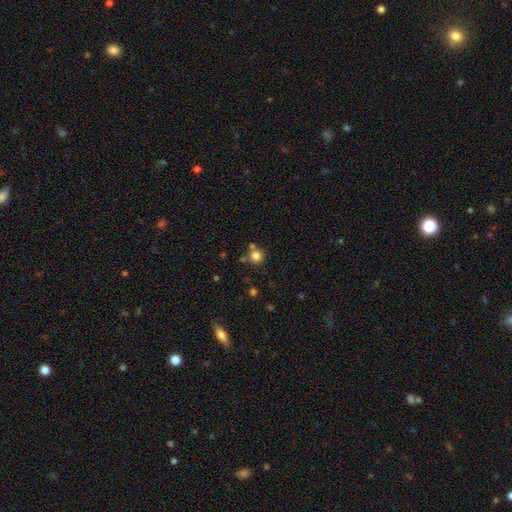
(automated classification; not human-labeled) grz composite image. It shows a smooth galaxy with no disk features (81%) that is round (91%). Merging: none (69%).